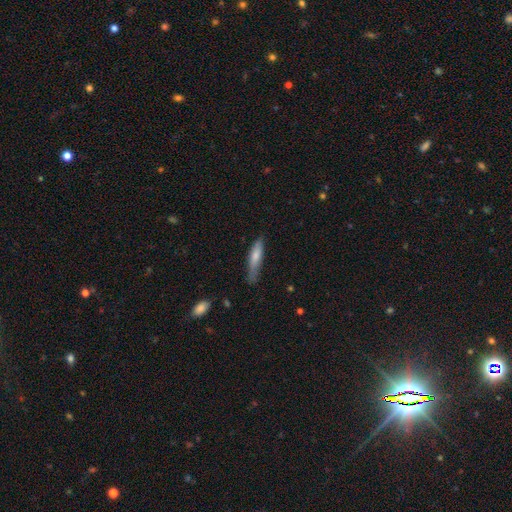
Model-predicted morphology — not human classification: smooth 71%, featured or disk 23%, star or artifact 6%. Down the decision tree: how rounded — cigar-shaped (80%); merging — none (67%).